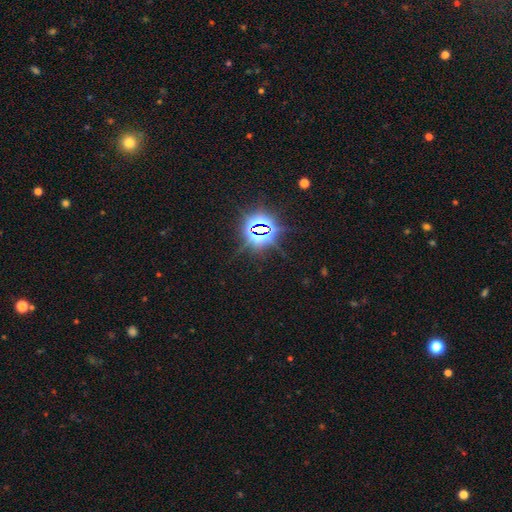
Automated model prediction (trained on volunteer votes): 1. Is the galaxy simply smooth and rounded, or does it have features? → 83% star or artifact, 10% smooth, 7% featured or disk.